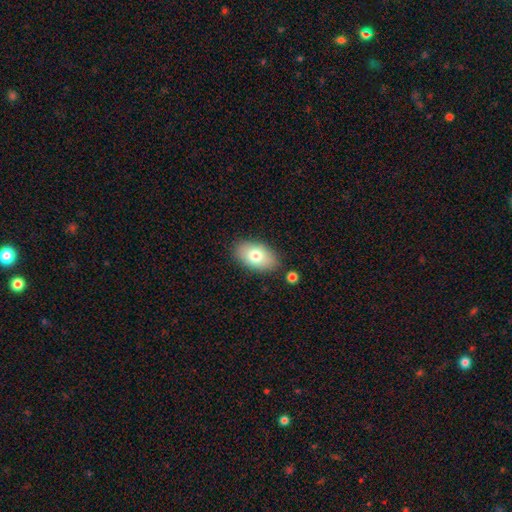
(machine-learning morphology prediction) smooth 77%, featured or disk 16%, star or artifact 7%. Down the decision tree: how rounded — in between (92%); merging — none (84%).